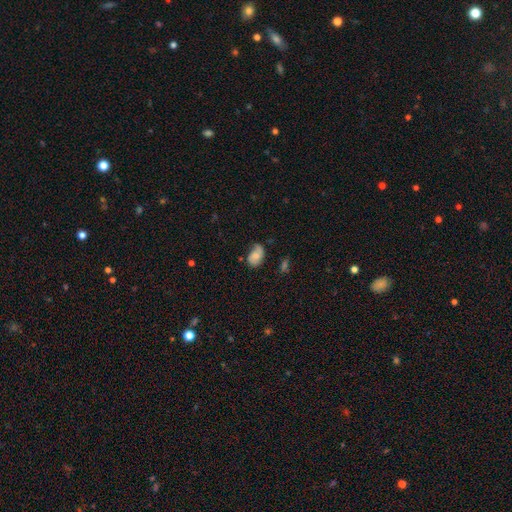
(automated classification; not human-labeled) Smooth or featured: smooth — 61% (featured or disk — 30%)
How rounded: in between — 85% (round — 13%)
Merging: none — 50% (minor disturbance — 35%)